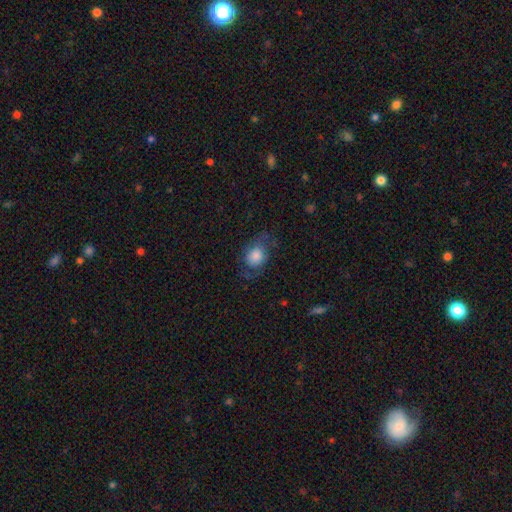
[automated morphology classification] Overall: smooth (67%). How rounded: round (51%; in between 47%). Merging: none (58%; minor disturbance 23%).